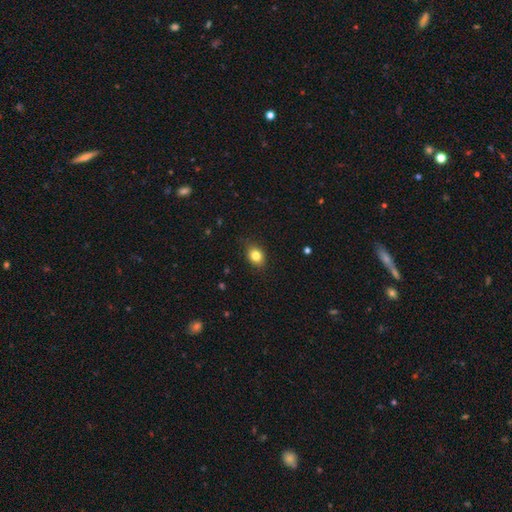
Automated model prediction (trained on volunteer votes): Morphology: type=smooth (83%); roundness=in between (57%); merging=none (83%).